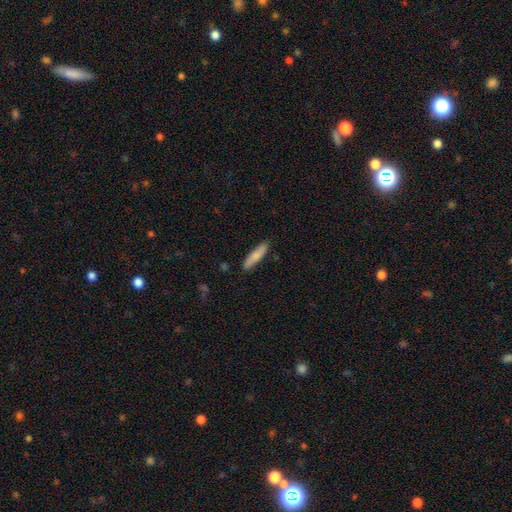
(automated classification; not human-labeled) This appears to be a smooth galaxy with no disk features (79%) that is cigar-shaped (77%). Merging: none (87%).